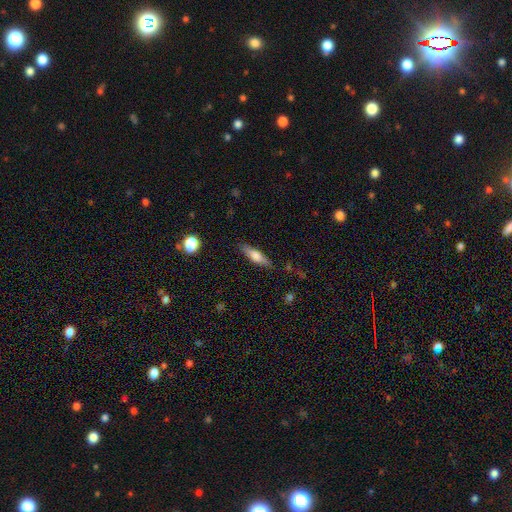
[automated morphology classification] Smooth or featured?
  - smooth: 60% *
  - featured or disk: 33%
  - star or artifact: 7%
How rounded?
  - cigar-shaped: 64% *
  - in between: 34%
  - round: 2%
Merging?
  - none: 84% *
  - minor disturbance: 12%
  - major disturbance: 3%
  - merger: 2%